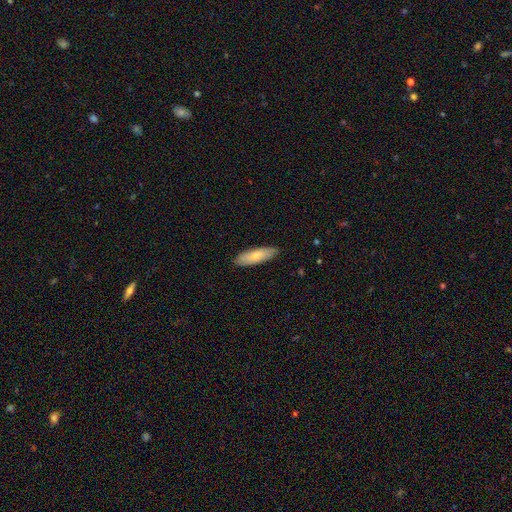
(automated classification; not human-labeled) Smooth or featured? smooth (76%)
How rounded? in between (52%)
Merging? none (87%)